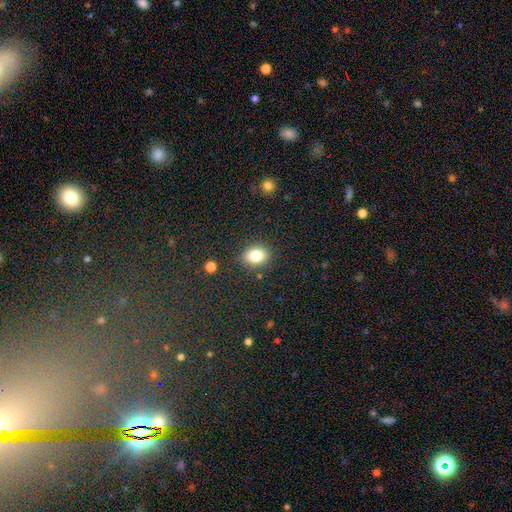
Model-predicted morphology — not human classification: Smooth or featured?
  - smooth: 81% *
  - star or artifact: 10%
  - featured or disk: 9%
How rounded?
  - in between: 57% *
  - round: 42%
  - cigar-shaped: 1%
Merging?
  - none: 85% *
  - minor disturbance: 10%
  - major disturbance: 3%
  - merger: 2%